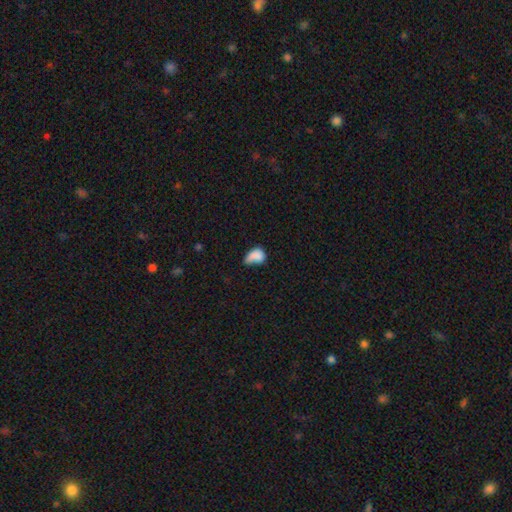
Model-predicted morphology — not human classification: Q: Smooth or featured?
A: smooth (78%); runner-up: featured or disk (13%)
Q: How rounded?
A: in between (76%); runner-up: round (22%)
Q: Merging?
A: minor disturbance (35%); runner-up: major disturbance (28%)